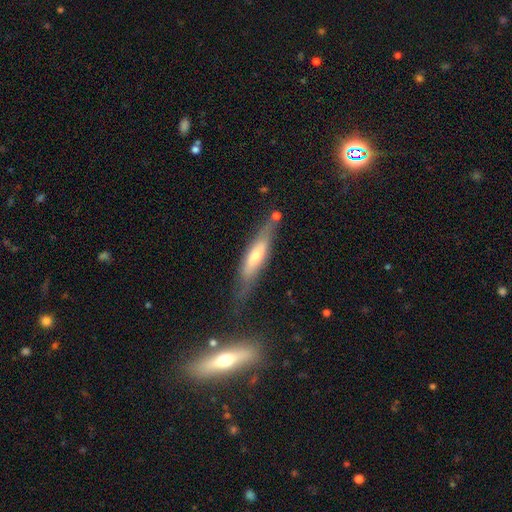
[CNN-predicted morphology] smooth_or_featured: featured or disk (p=0.51) [alt: smooth p=0.42]
disk_edge_on: yes (p=0.76) [alt: no p=0.24]
merging: none (p=0.63) [alt: minor disturbance p=0.22]